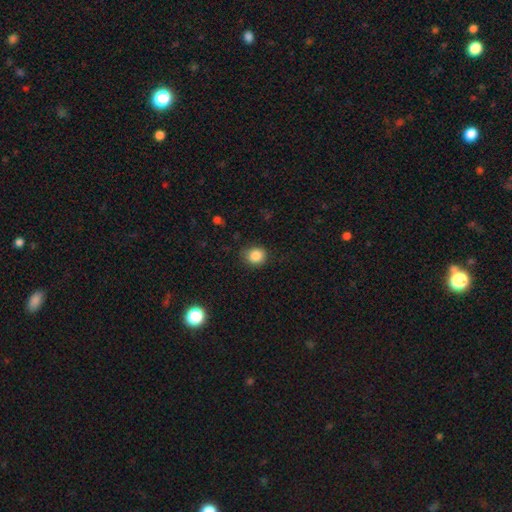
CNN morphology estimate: A smooth galaxy with no disk features (86%) that is round (78%).

Vote fractions:
- Smooth or featured? smooth: 86% / star or artifact: 10% / featured or disk: 4%
- How rounded? round: 78% / in between: 21% / cigar-shaped: 1%
- Merging? none: 82% / minor disturbance: 13% / major disturbance: 3% / merger: 1%